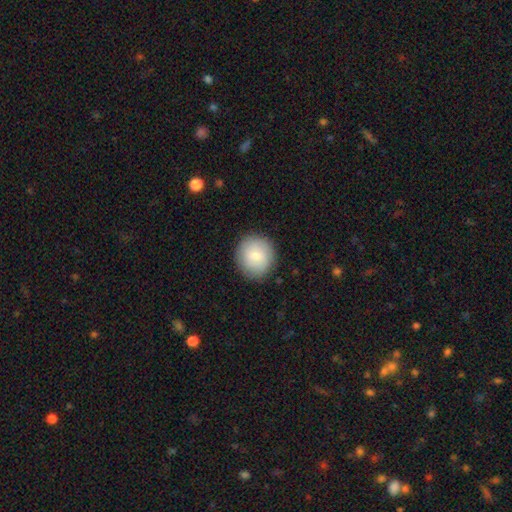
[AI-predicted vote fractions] Overall: smooth (78%). How rounded: round (90%). Merging: none (88%).